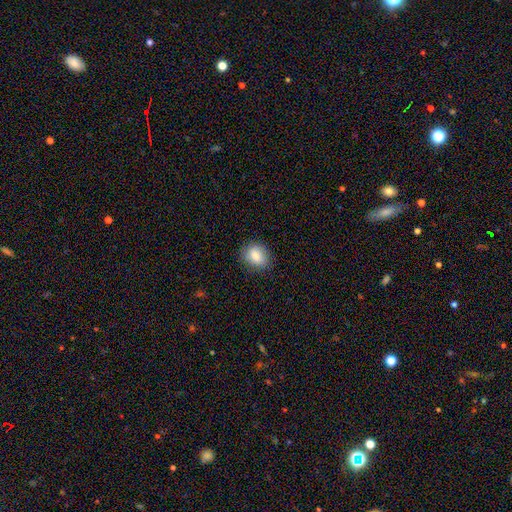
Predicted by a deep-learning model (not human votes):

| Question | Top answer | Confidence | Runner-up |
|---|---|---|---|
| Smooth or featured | smooth | 84% | star or artifact (8%) |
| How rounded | in between | 55% | round (43%) |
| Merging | none | 84% | minor disturbance (12%) |